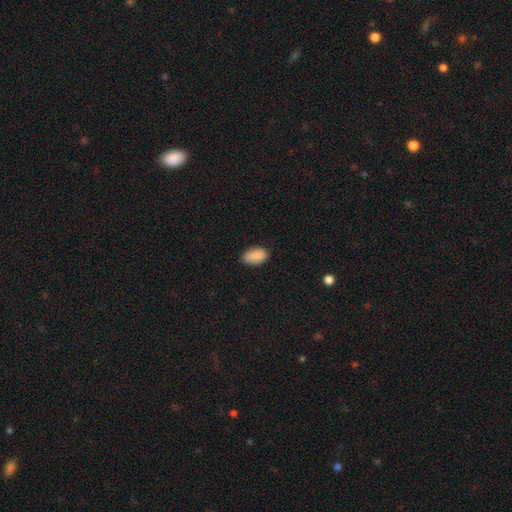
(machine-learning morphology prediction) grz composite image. It shows a smooth galaxy with no disk features (89%) that is in between round and cigar-shaped (93%). Merging: none (85%).